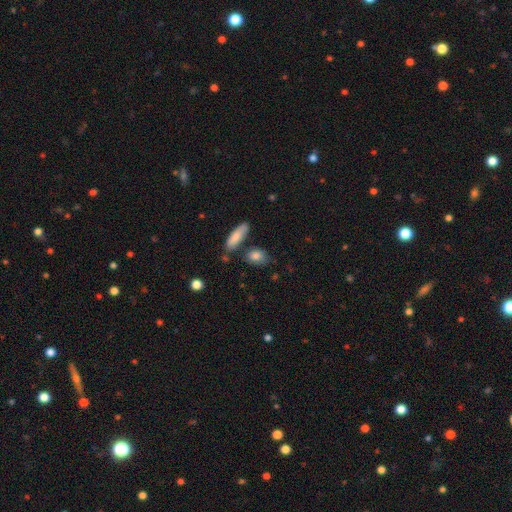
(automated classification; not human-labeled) A smooth galaxy with no disk features (84%) that is in between round and cigar-shaped (69%).

Vote fractions:
- Smooth or featured? smooth: 84% / featured or disk: 9% / star or artifact: 7%
- How rounded? in between: 69% / round: 21% / cigar-shaped: 10%
- Merging? none: 69% / minor disturbance: 17% / merger: 10% / major disturbance: 4%